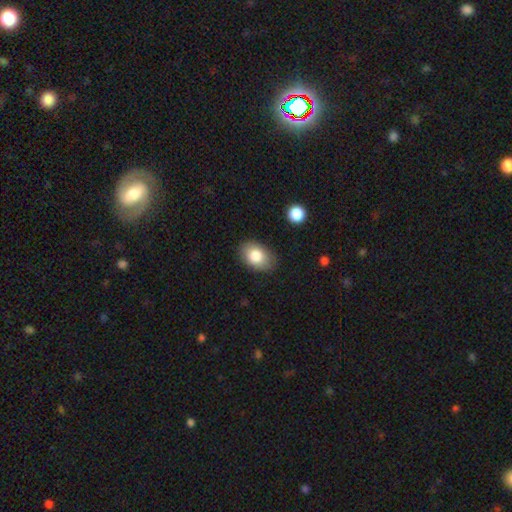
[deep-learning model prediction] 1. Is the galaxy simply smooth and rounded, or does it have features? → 83% smooth, 10% featured or disk, 7% star or artifact.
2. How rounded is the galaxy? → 85% in between, 14% round, 1% cigar-shaped.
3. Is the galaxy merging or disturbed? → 83% none, 12% minor disturbance, 3% major disturbance, 1% merger.